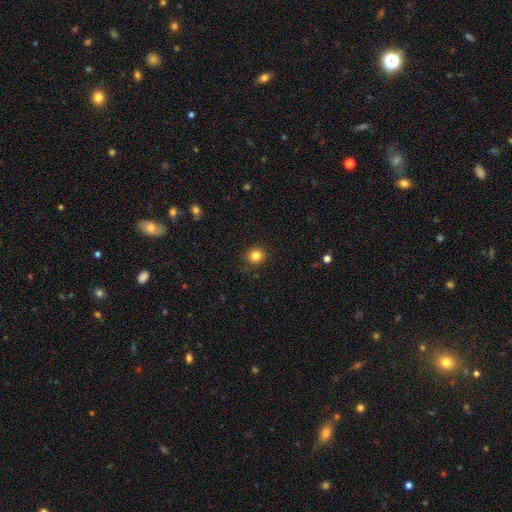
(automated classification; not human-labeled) This is clearly a smooth galaxy (83%). How rounded: clearly round (89%). Merging: clearly none (88%).